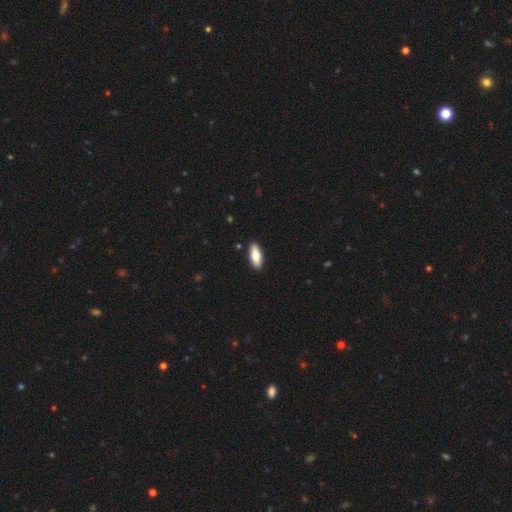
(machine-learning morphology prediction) Smooth or featured? Predicted: smooth (p=0.76). How rounded? Predicted: in between (p=0.74). Merging? Predicted: none (p=0.90).